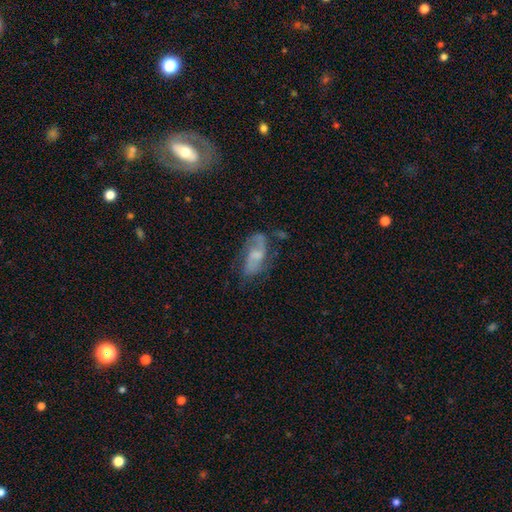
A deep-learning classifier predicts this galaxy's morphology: featured or disk 67%, smooth 25%, star or artifact 8%. Down the decision tree: edge-on disk — no (94%); bar — no (51%); spiral arms — yes (86%); spiral arm count — 2 (76%); spiral winding — loose (44%); bulge size — small (37%); merging — none (54%).